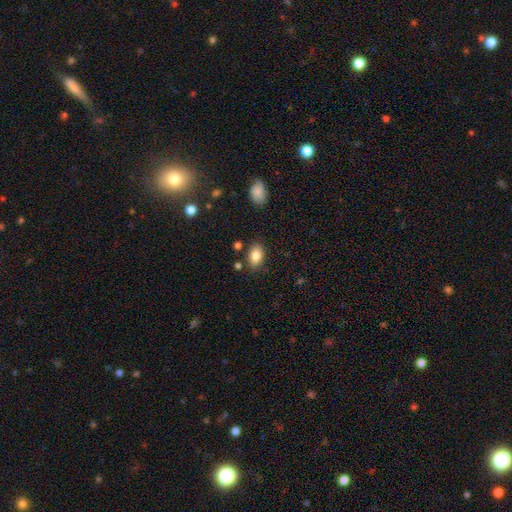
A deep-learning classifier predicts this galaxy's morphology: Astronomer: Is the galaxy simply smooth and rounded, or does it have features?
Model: smooth — 83%.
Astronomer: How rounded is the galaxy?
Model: in between — 89%.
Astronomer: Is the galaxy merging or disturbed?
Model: none — 81%.